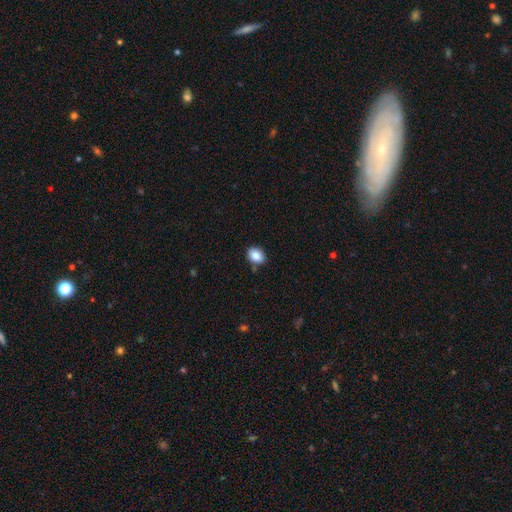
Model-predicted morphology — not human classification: smooth 87%, star or artifact 8%, featured or disk 4%. Down the decision tree: how rounded — in between (58%); merging — none (80%).